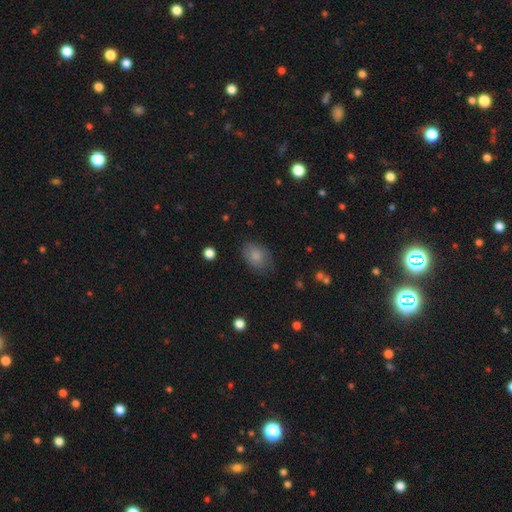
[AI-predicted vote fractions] Smooth or featured: smooth — 81% (featured or disk — 11%)
How rounded: in between — 80% (round — 19%)
Merging: none — 68% (minor disturbance — 23%)